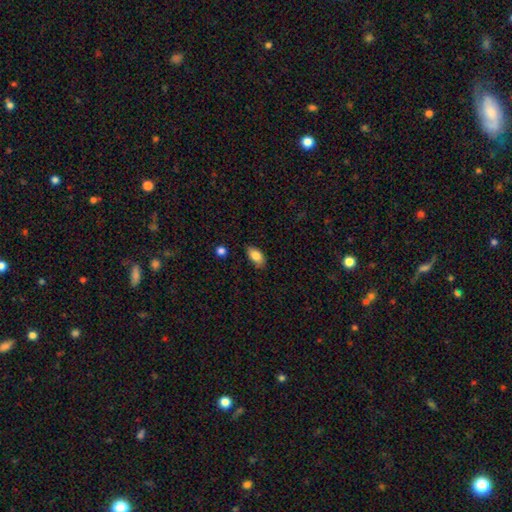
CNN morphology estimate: Smooth or featured: smooth — 85% (featured or disk — 8%)
How rounded: in between — 92% (round — 5%)
Merging: none — 81% (minor disturbance — 14%)